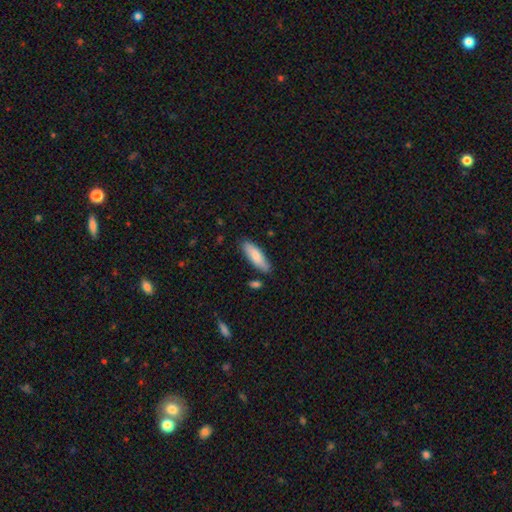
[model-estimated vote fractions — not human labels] Overall: smooth (81%). How rounded: in between (54%; cigar-shaped 45%). Merging: none (82%).